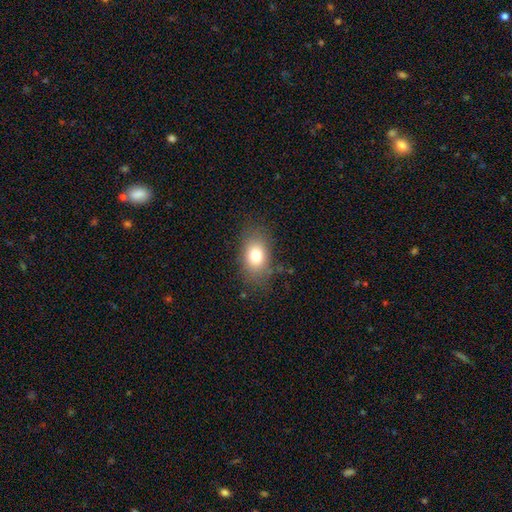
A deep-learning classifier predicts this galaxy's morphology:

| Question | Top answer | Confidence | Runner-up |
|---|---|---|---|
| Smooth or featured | smooth | 77% | featured or disk (12%) |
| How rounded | in between | 78% | round (20%) |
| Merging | none | 78% | minor disturbance (14%) |